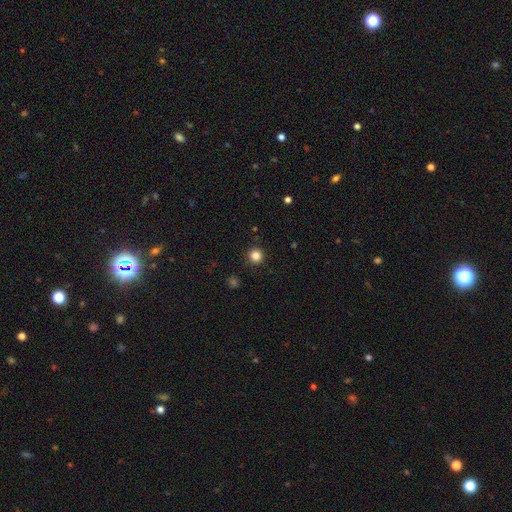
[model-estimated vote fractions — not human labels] Q: Smooth or featured?
A: smooth (83%); runner-up: star or artifact (13%)
Q: How rounded?
A: round (96%); runner-up: in between (3%)
Q: Merging?
A: none (92%); runner-up: minor disturbance (5%)